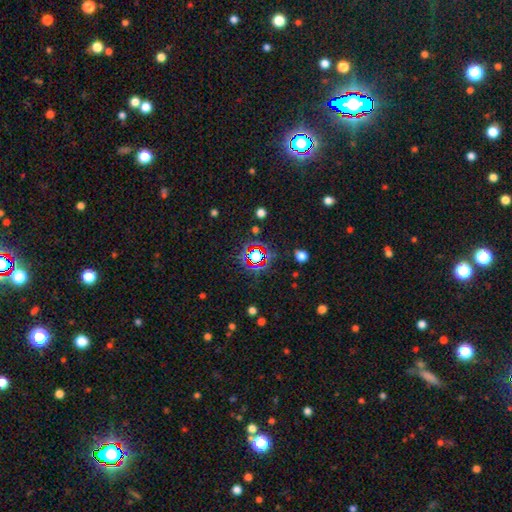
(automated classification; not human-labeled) The model was most divided on "smooth or featured": star or artifact: 68%, smooth: 21%, featured or disk: 11%.